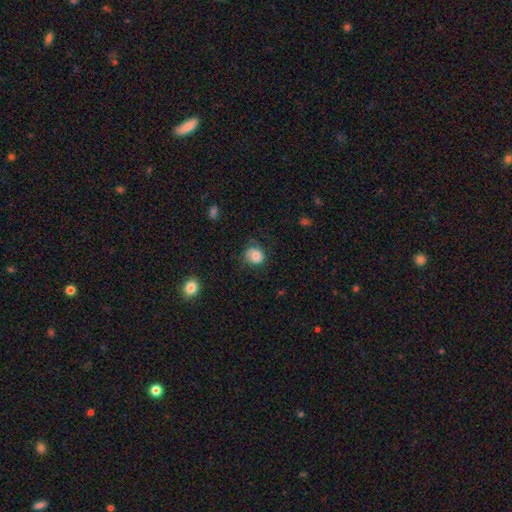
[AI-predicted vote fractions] smooth_or_featured: smooth (p=0.67) [alt: featured or disk p=0.25]
how_rounded: round (p=0.67) [alt: in between p=0.33]
merging: none (p=0.57) [alt: minor disturbance p=0.28]